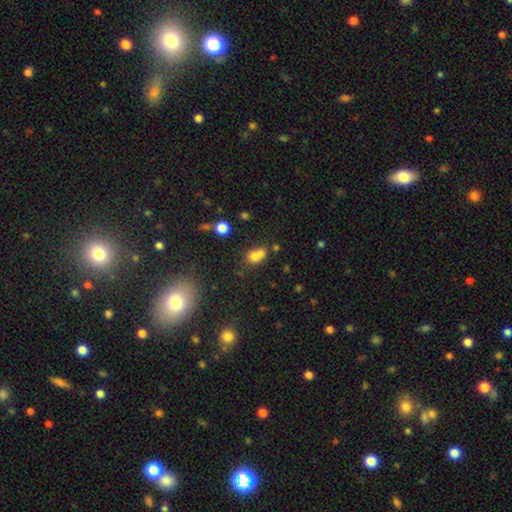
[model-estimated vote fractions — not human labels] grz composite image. It shows a smooth galaxy with no disk features (69%) that is round (58%). Merging: merger (58%).